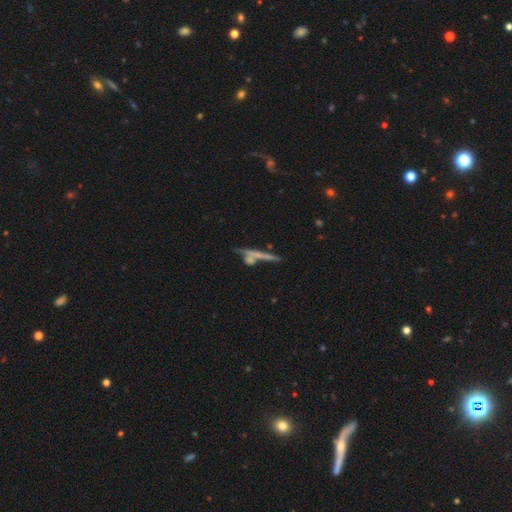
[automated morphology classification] A featured or disk galaxy (50%). Merging: none (51%).